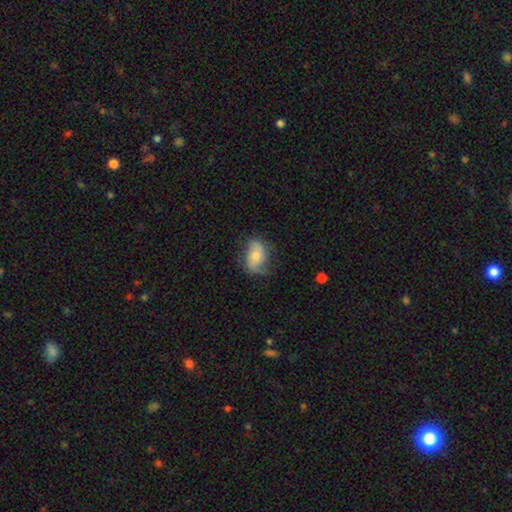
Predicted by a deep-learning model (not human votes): Q: Smooth or featured?
A: smooth (52%); runner-up: featured or disk (40%)
Q: How rounded?
A: in between (84%); runner-up: round (14%)
Q: Merging?
A: none (57%); runner-up: minor disturbance (28%)